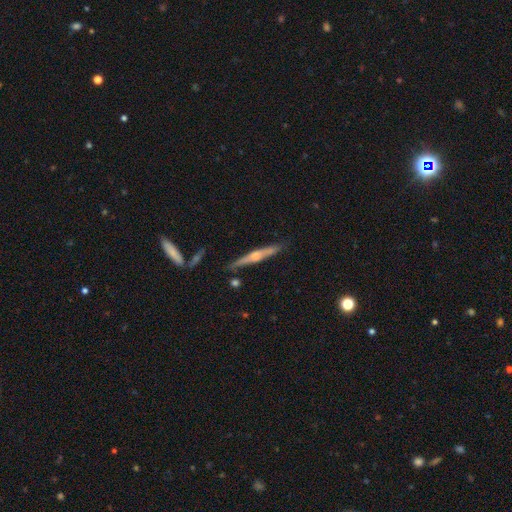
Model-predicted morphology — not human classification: The model was most divided on "smooth or featured": featured or disk: 65%, smooth: 29%, star or artifact: 6%. More confident: edge-on disk — yes (97%); merging — none (83%); edge-on bulge — rounded (78%).